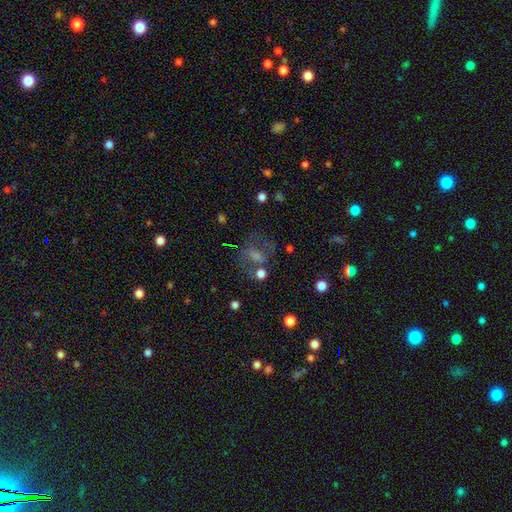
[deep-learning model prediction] Smooth or featured? Predicted: featured or disk (p=0.37). Merging? Predicted: none (p=0.57).